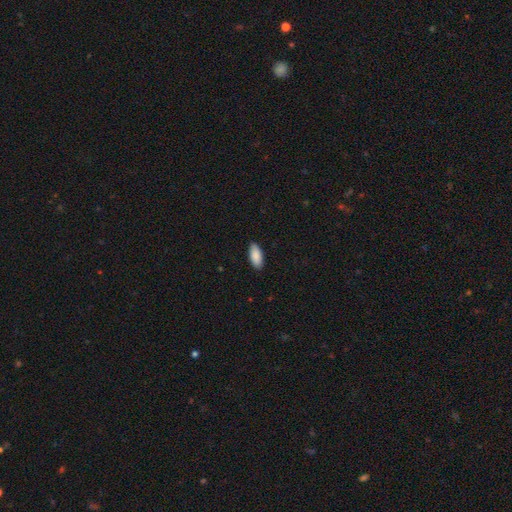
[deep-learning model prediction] Morphology: type=smooth (89%); roundness=in between (88%); merging=none (88%).